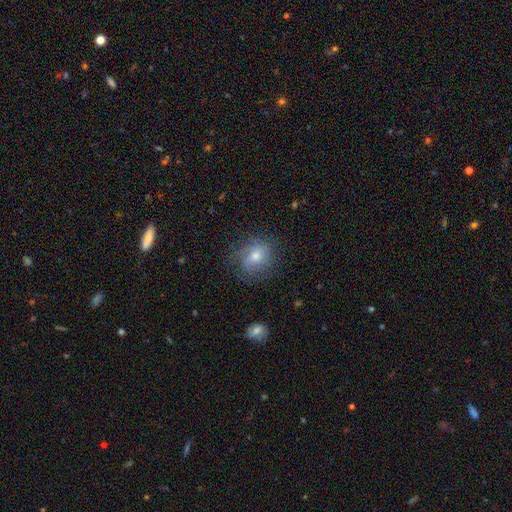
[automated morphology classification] A smooth galaxy with no disk features (44%).

Vote fractions:
- Smooth or featured? smooth: 44% / featured or disk: 43% / star or artifact: 13%
- Merging? none: 72% / minor disturbance: 18% / major disturbance: 8% / merger: 1%